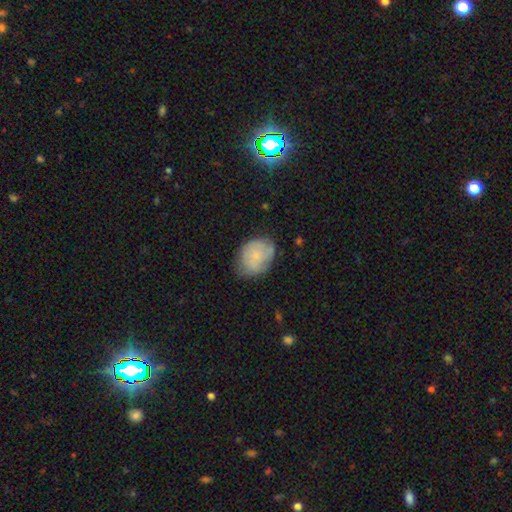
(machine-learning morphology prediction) Smooth or featured? smooth (65%)
How rounded? in between (65%)
Merging? none (66%)